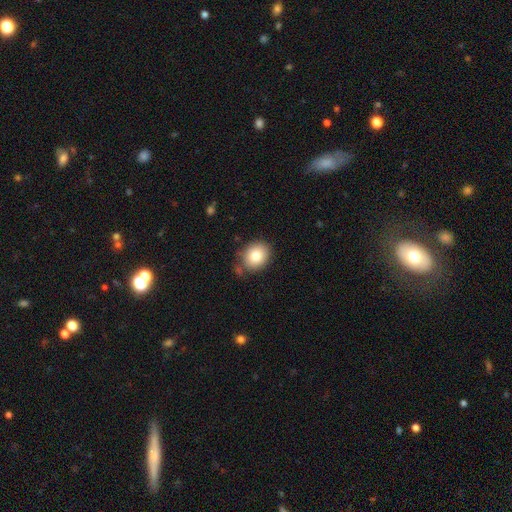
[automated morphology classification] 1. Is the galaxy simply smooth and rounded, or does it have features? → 83% smooth, 9% star or artifact, 9% featured or disk.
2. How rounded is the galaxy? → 55% round, 44% in between, 1% cigar-shaped.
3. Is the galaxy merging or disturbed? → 75% none, 17% minor disturbance, 4% merger, 4% major disturbance.